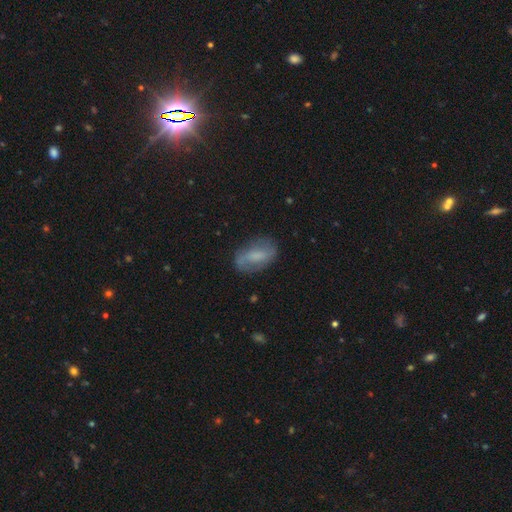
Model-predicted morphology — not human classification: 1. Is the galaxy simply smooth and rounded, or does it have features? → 48% smooth, 43% featured or disk, 8% star or artifact.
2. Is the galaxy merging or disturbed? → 73% none, 19% minor disturbance, 7% major disturbance, 2% merger.